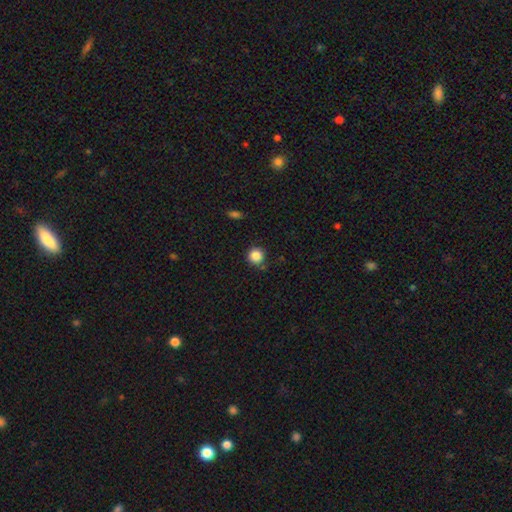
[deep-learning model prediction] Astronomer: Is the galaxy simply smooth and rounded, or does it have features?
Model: smooth — 85%.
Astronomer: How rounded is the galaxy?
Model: round — 94%.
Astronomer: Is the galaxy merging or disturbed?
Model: none — 84%.